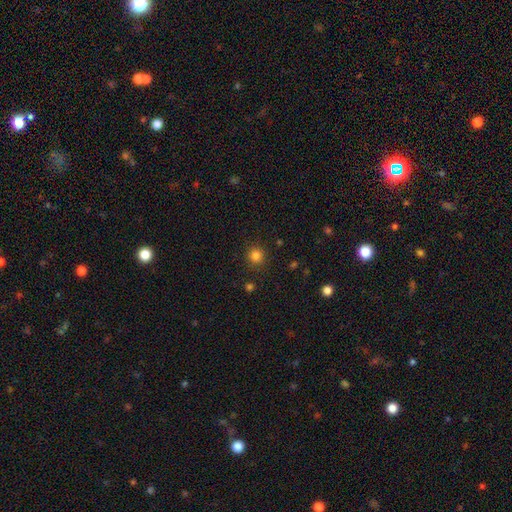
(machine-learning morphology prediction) smooth-or-featured: smooth: 82% | star or artifact: 14% | featured or disk: 4%
  how-rounded: round: 93% | in between: 6% | cigar-shaped: 1%
  merging: none: 90% | minor disturbance: 7% | major disturbance: 2% | merger: 2%